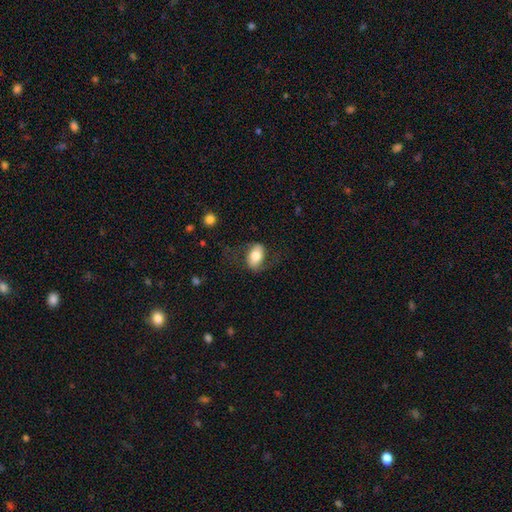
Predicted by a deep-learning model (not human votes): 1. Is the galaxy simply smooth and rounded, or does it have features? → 66% smooth, 28% featured or disk, 7% star or artifact.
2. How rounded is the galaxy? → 89% in between, 9% round, 2% cigar-shaped.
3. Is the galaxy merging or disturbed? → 64% none, 19% minor disturbance, 15% major disturbance, 2% merger.